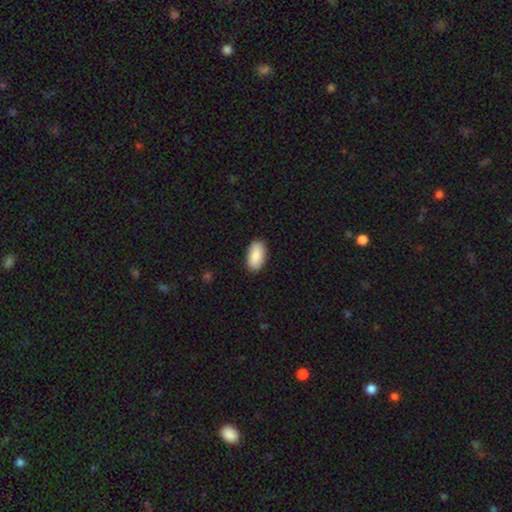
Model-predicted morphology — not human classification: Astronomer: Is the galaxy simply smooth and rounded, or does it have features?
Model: smooth — 86%.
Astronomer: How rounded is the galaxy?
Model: in between — 94%.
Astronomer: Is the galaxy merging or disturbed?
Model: none — 87%.